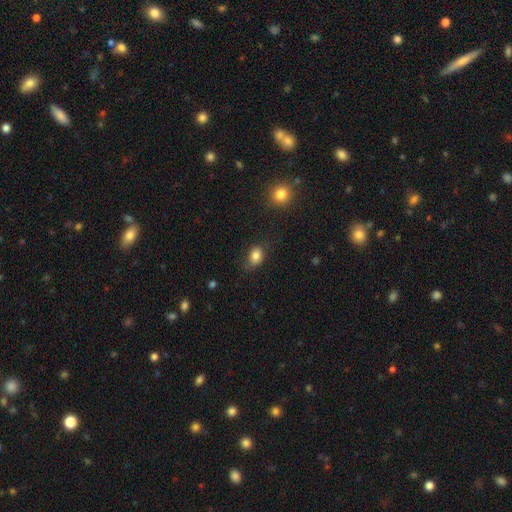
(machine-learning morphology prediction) smooth-or-featured: smooth: 83% | star or artifact: 10% | featured or disk: 8%
  how-rounded: in between: 71% | round: 28% | cigar-shaped: 1%
  merging: none: 69% | minor disturbance: 23% | major disturbance: 7% | merger: 2%